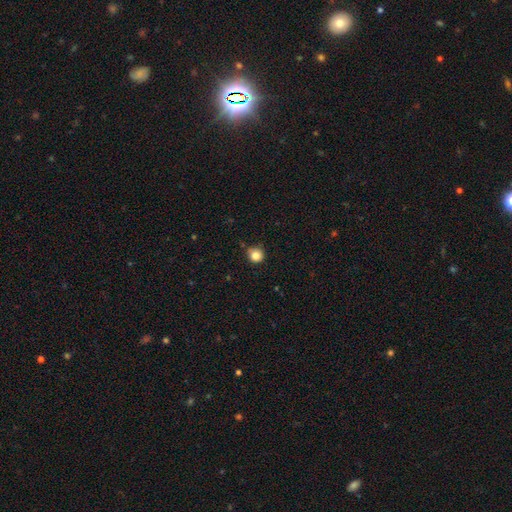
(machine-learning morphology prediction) Smooth or featured?
  - smooth: 83% *
  - star or artifact: 12%
  - featured or disk: 5%
How rounded?
  - round: 93% *
  - in between: 6%
  - cigar-shaped: 1%
Merging?
  - none: 79% *
  - minor disturbance: 15%
  - major disturbance: 3%
  - merger: 3%